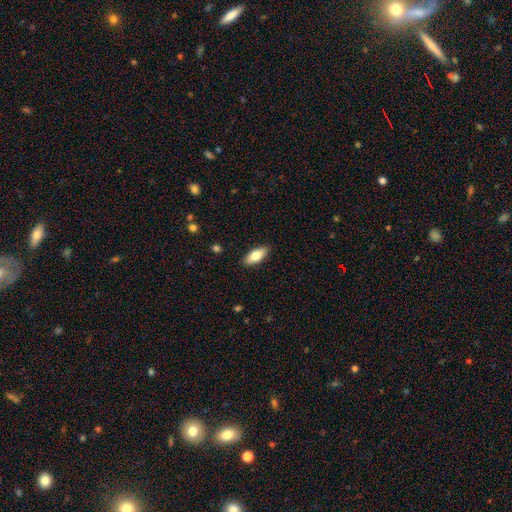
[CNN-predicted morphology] type=smooth (78%); roundness=in between (85%); merging=none (89%).